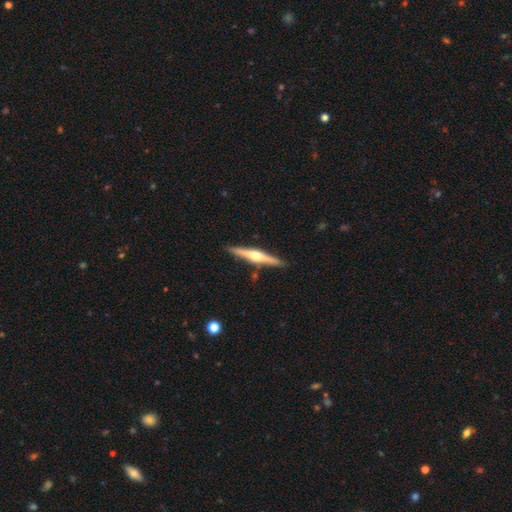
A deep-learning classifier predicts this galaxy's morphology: Smooth or featured? Predicted: featured or disk (p=0.74). Edge-on disk? Predicted: yes (p=0.98). Edge-on bulge? Predicted: rounded (p=0.92). Merging? Predicted: none (p=0.89).